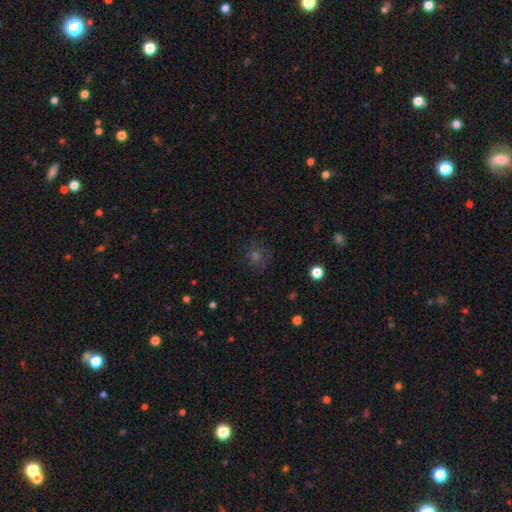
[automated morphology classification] Smooth or featured? smooth (55%)
How rounded? round (89%)
Merging? none (84%)